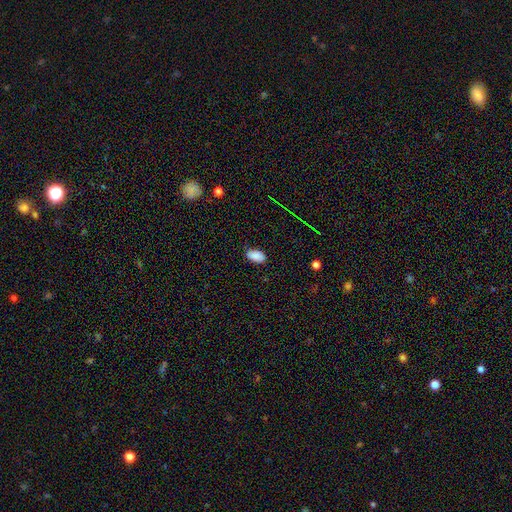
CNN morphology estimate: The model was most divided on "merging": none: 81%, minor disturbance: 16%, major disturbance: 3%, merger: 1%. More confident: how rounded — in between (94%); smooth or featured — smooth (86%).